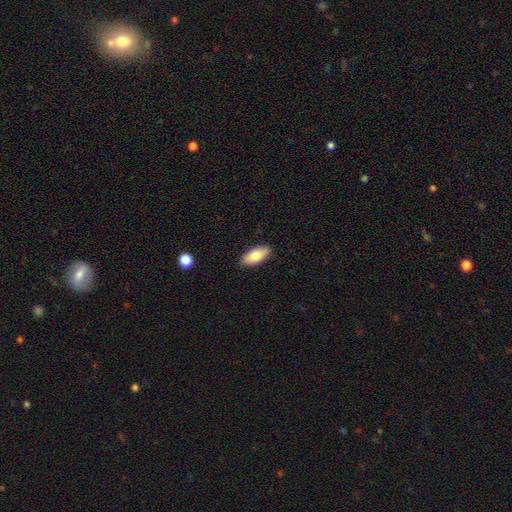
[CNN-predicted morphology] Smooth or featured?
  - smooth: 77% *
  - featured or disk: 17%
  - star or artifact: 6%
How rounded?
  - in between: 87% *
  - cigar-shaped: 10%
  - round: 2%
Merging?
  - none: 88% *
  - minor disturbance: 9%
  - major disturbance: 2%
  - merger: 1%